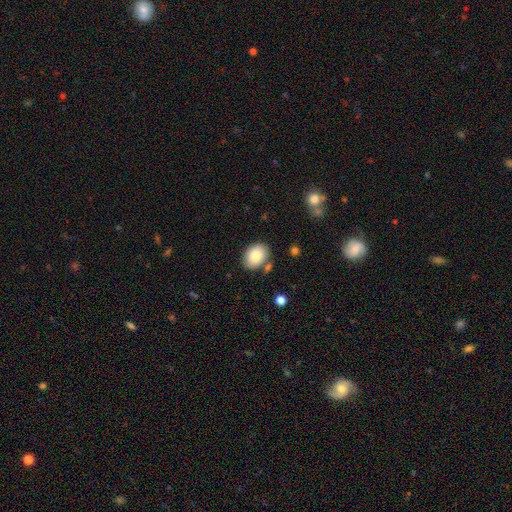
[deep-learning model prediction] Smooth or featured: smooth — 82% (featured or disk — 10%)
How rounded: in between — 70% (round — 30%)
Merging: none — 78% (minor disturbance — 13%)